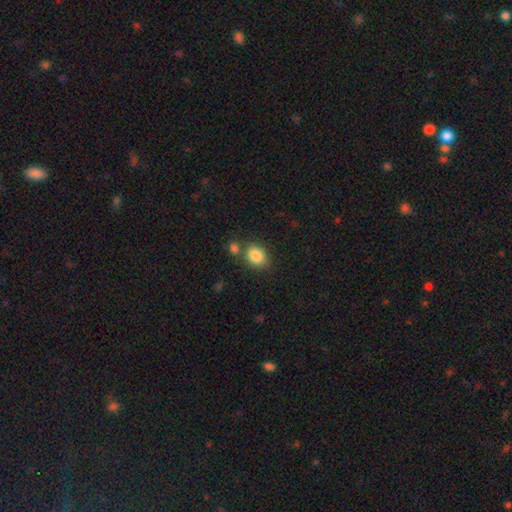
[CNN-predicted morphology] Overall: smooth (85%). How rounded: in between (52%; round 47%). Merging: none (63%).